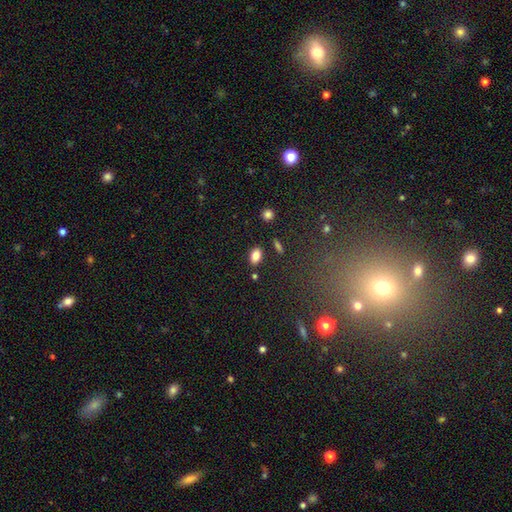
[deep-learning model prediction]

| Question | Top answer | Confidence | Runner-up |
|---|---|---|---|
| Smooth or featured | smooth | 83% | star or artifact (10%) |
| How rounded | in between | 88% | round (9%) |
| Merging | none | 83% | minor disturbance (10%) |